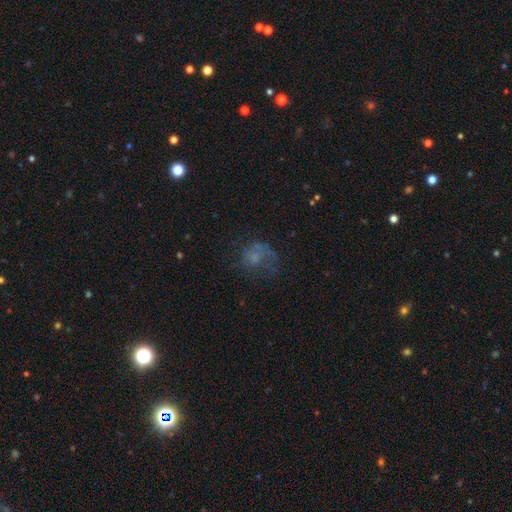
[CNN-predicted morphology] smooth_or_featured: smooth (p=0.41) [tied with: featured or disk p=0.41]
merging: major disturbance (p=0.40) [alt: none p=0.37]